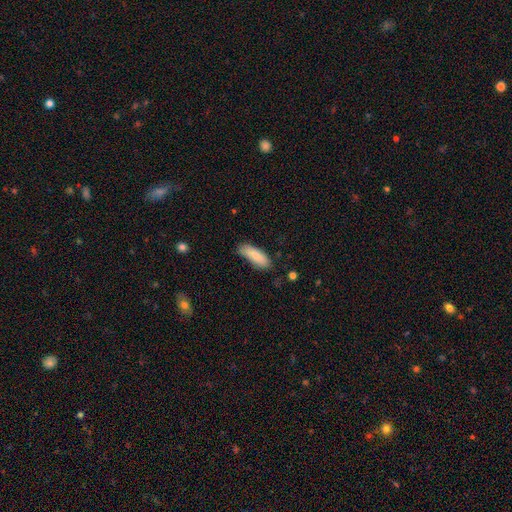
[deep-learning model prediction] This appears to be a smooth galaxy with no disk features (83%) that is in between round and cigar-shaped (63%). Merging: none (71%).